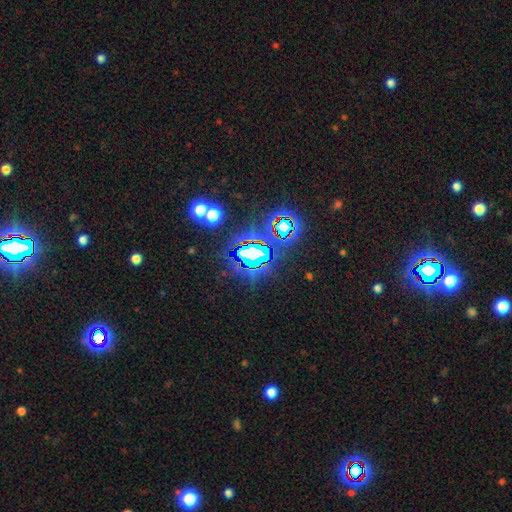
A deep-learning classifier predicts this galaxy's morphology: Q: Smooth or featured?
A: star or artifact (81%); runner-up: smooth (11%)